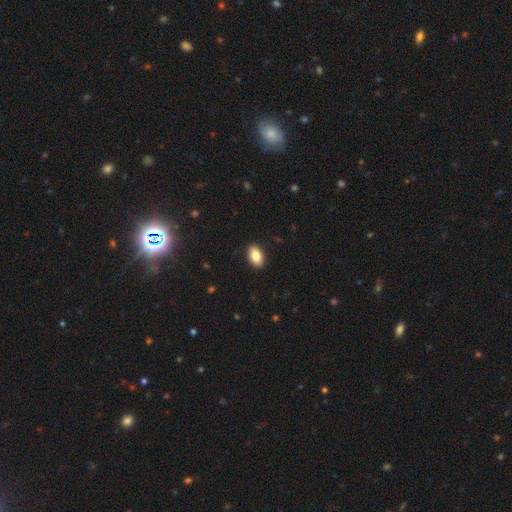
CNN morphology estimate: Smooth or featured: smooth — 85% (star or artifact — 8%)
How rounded: in between — 91% (round — 7%)
Merging: none — 90% (minor disturbance — 7%)